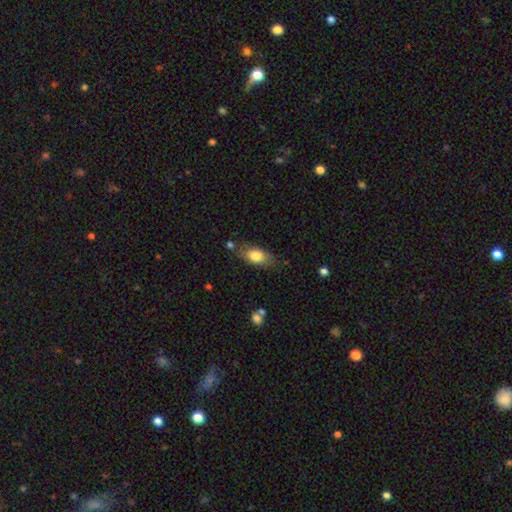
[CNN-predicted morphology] Overall: smooth (77%). How rounded: in between (86%). Merging: none (71%).